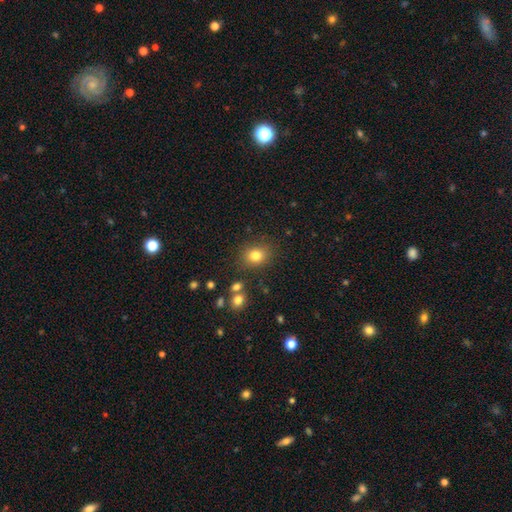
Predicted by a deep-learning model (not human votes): Smooth or featured? smooth (80%)
How rounded? round (60%)
Merging? none (82%)